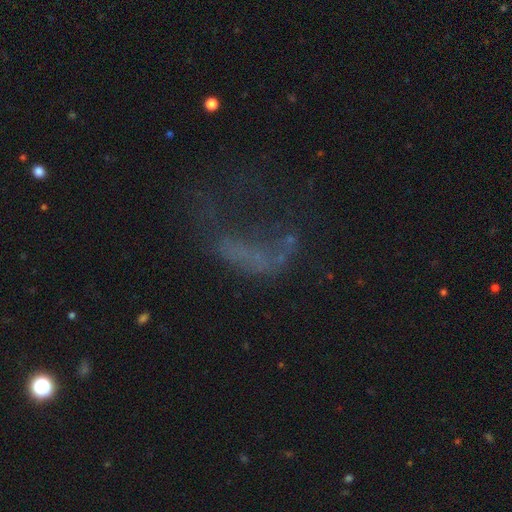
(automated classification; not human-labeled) Smooth or featured?
  - featured or disk: 42% *
  - star or artifact: 29%
  - smooth: 29%
Merging?
  - major disturbance: 51% *
  - none: 29%
  - minor disturbance: 12%
  - merger: 9%